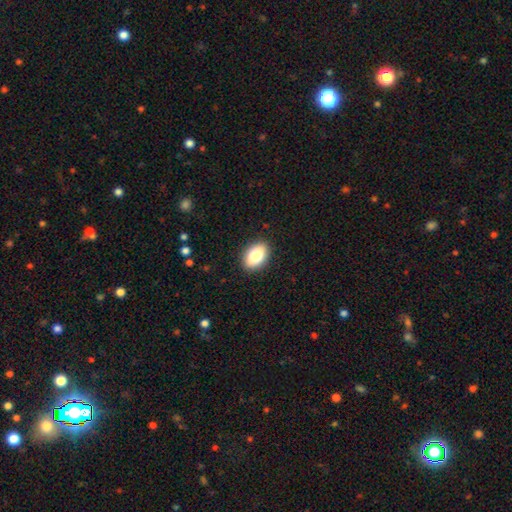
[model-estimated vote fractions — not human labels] smooth 83%, featured or disk 9%, star or artifact 8%. Down the decision tree: how rounded — in between (87%); merging — none (89%).